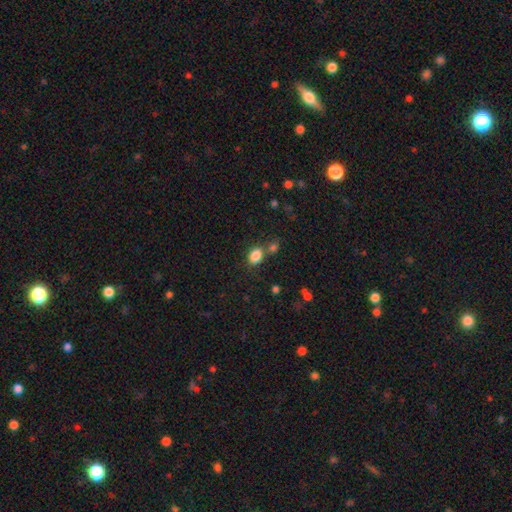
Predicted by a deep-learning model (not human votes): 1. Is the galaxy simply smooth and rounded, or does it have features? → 85% smooth, 10% star or artifact, 5% featured or disk.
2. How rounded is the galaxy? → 70% in between, 28% round, 1% cigar-shaped.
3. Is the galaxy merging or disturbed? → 65% none, 18% merger, 12% minor disturbance, 4% major disturbance.